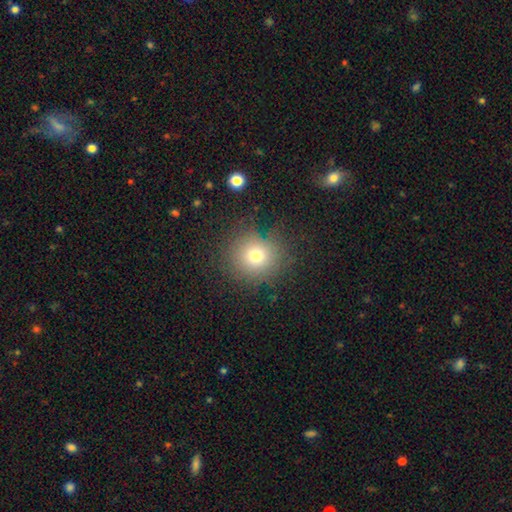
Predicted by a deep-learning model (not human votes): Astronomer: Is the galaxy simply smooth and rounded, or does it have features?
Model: smooth — 74%.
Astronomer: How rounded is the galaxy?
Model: round — 90%.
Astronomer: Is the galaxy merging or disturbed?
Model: none — 80%.